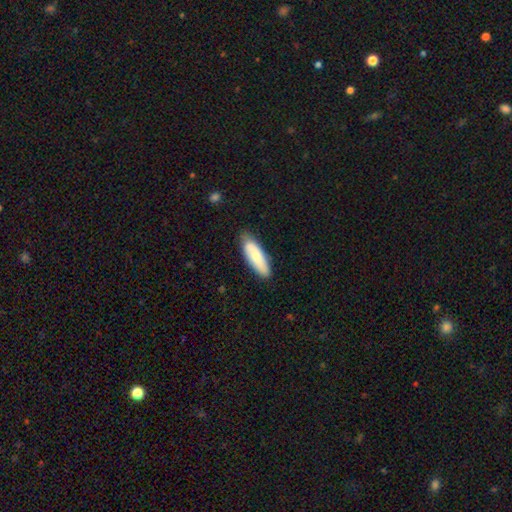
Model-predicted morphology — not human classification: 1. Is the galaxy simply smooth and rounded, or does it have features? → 70% smooth, 24% featured or disk, 5% star or artifact.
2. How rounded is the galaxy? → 57% in between, 41% cigar-shaped, 2% round.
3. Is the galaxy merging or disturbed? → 80% none, 17% minor disturbance, 3% major disturbance, 1% merger.